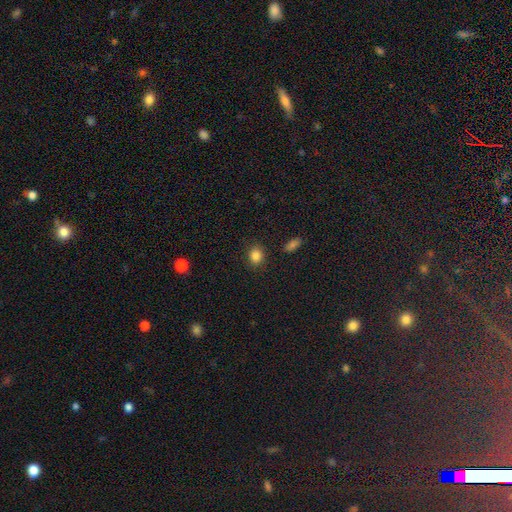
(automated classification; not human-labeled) Smooth or featured? Predicted: smooth (p=0.86). How rounded? Predicted: round (p=0.55). Merging? Predicted: none (p=0.86).